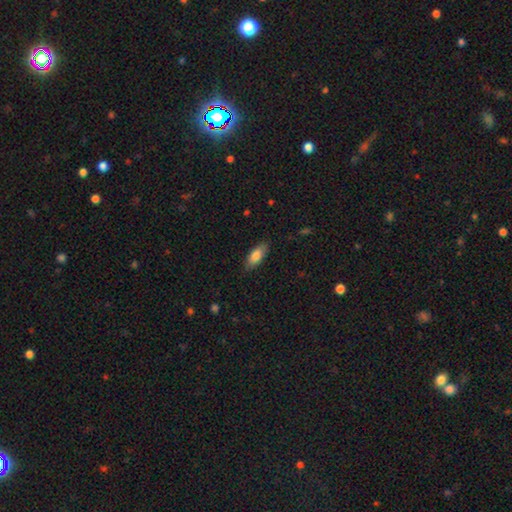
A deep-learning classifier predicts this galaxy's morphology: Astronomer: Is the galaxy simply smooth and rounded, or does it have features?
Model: smooth — 81%.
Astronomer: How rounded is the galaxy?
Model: in between — 77%.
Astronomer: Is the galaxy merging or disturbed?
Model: none — 84%.